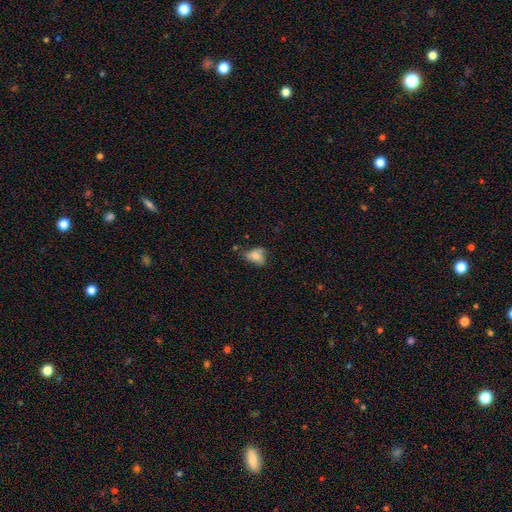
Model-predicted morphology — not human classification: Smooth or featured?
  - smooth: 73% *
  - featured or disk: 16%
  - star or artifact: 10%
How rounded?
  - in between: 81% *
  - round: 17%
  - cigar-shaped: 2%
Merging?
  - none: 40% *
  - minor disturbance: 36%
  - major disturbance: 19%
  - merger: 6%